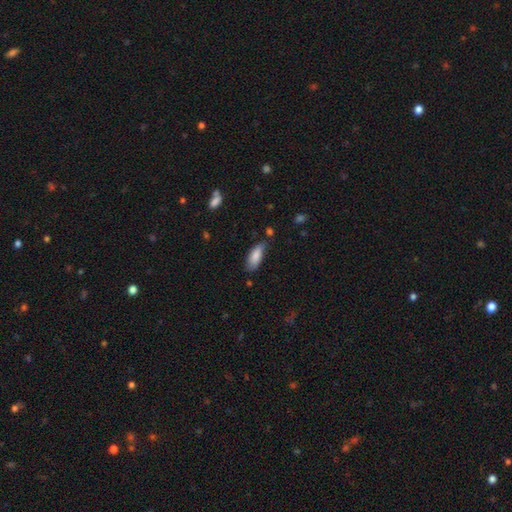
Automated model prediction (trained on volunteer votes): Smooth or featured: smooth — 83% (featured or disk — 10%)
How rounded: in between — 78% (cigar-shaped — 20%)
Merging: none — 59% (minor disturbance — 31%)